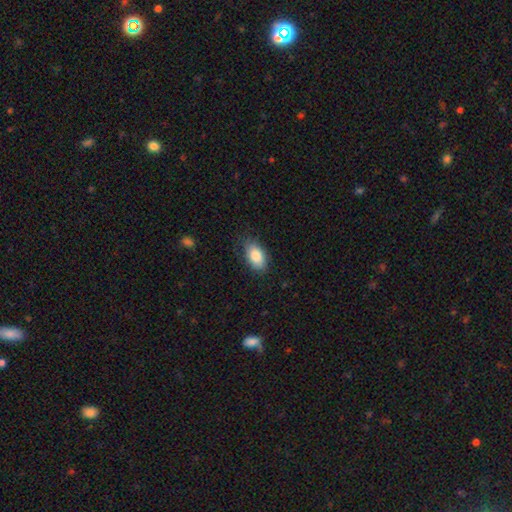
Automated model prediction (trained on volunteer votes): smooth 84%, featured or disk 9%, star or artifact 7%. Down the decision tree: how rounded — in between (93%); merging — none (78%).